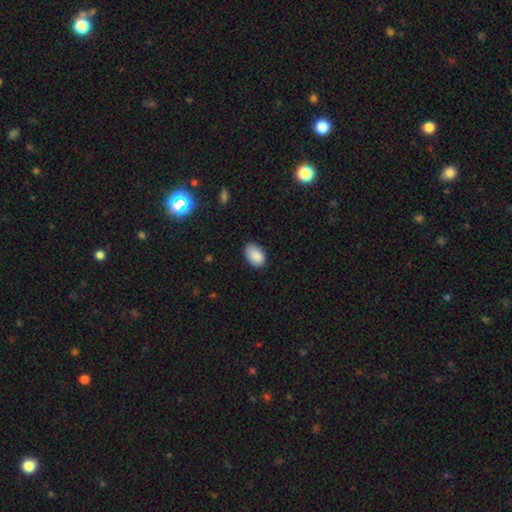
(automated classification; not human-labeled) The model was most divided on "merging": none: 76%, minor disturbance: 20%, major disturbance: 3%, merger: 1%. More confident: how rounded — in between (90%); smooth or featured — smooth (89%).